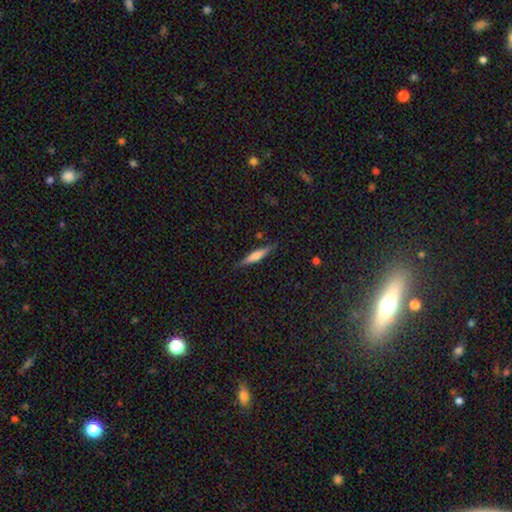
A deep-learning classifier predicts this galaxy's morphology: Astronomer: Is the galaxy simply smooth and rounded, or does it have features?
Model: smooth — 50% (runner-up: featured or disk, 43%).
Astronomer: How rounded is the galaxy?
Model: cigar-shaped — 88%.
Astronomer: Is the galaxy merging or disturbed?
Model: none — 87%.